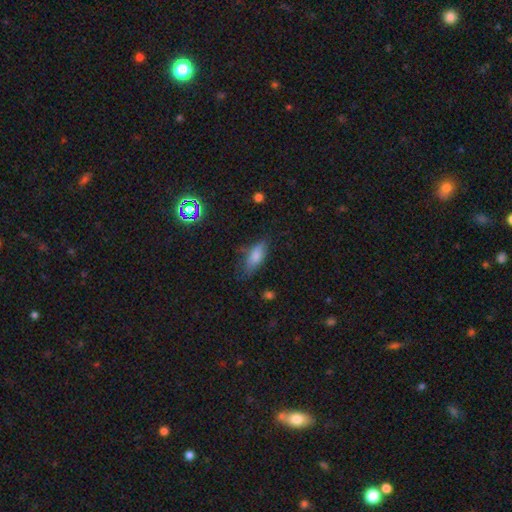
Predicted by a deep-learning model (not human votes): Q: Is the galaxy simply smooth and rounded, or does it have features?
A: smooth — 76%.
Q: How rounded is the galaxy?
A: in between — 78%.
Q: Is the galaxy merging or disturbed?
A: none — 60%.